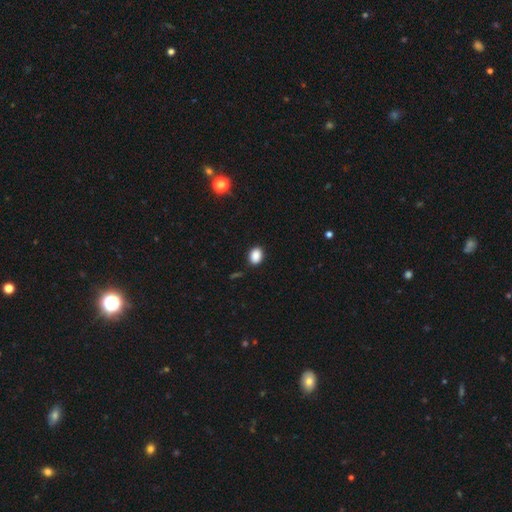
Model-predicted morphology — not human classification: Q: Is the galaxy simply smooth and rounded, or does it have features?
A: smooth — 87%.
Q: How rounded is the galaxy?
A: in between — 68%.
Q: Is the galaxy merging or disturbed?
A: none — 86%.